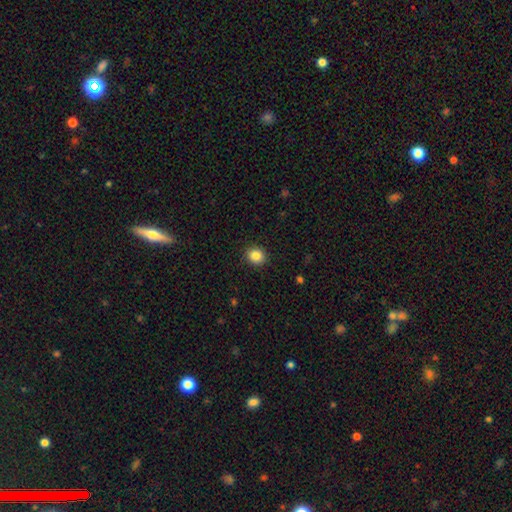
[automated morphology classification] smooth-or-featured: smooth: 86% | star or artifact: 10% | featured or disk: 4%
  how-rounded: round: 82% | in between: 17% | cigar-shaped: 1%
  merging: none: 91% | minor disturbance: 6% | major disturbance: 2% | merger: 1%